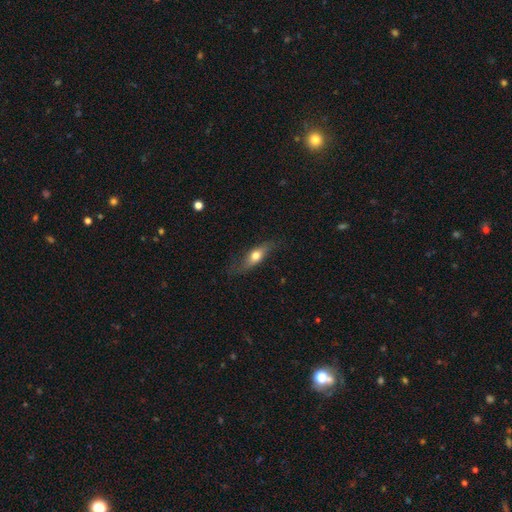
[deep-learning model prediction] The model was most divided on "smooth or featured": smooth: 57%, featured or disk: 37%, star or artifact: 7%. More confident: merging — none (67%); how rounded — in between (58%).